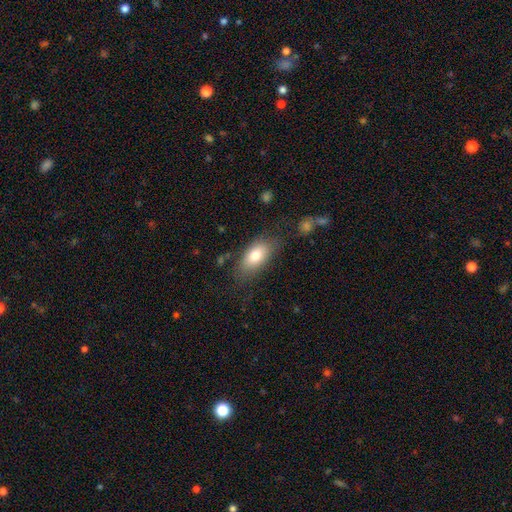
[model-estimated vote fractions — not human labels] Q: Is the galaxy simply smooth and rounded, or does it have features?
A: smooth — 77%.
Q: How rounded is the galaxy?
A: in between — 88%.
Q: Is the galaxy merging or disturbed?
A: none — 74%.